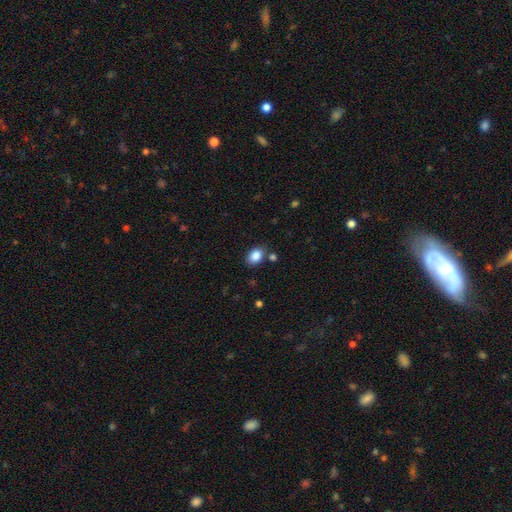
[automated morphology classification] The model was most divided on "how rounded": in between: 72%, round: 27%, cigar-shaped: 1%. More confident: smooth or featured — smooth (87%); merging — none (78%).